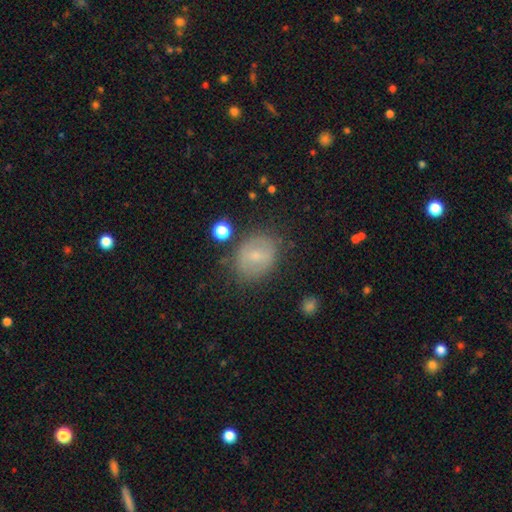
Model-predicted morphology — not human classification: Smooth or featured?
  - smooth: 58% *
  - featured or disk: 32%
  - star or artifact: 10%
How rounded?
  - round: 51% *
  - in between: 48%
  - cigar-shaped: 1%
Merging?
  - none: 75% *
  - minor disturbance: 17%
  - major disturbance: 6%
  - merger: 3%